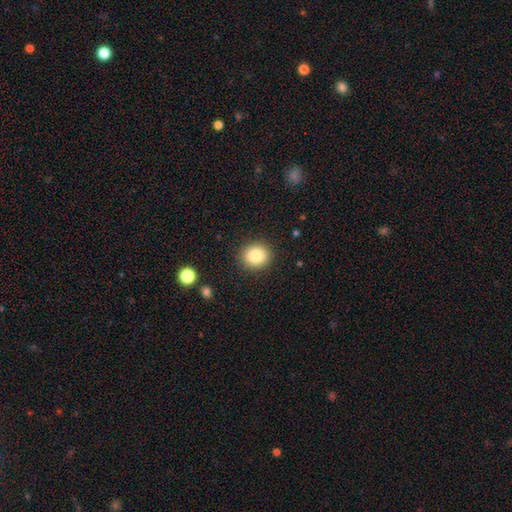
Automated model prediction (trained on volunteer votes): smooth 84%, star or artifact 9%, featured or disk 6%. Down the decision tree: how rounded — round (78%); merging — none (90%).